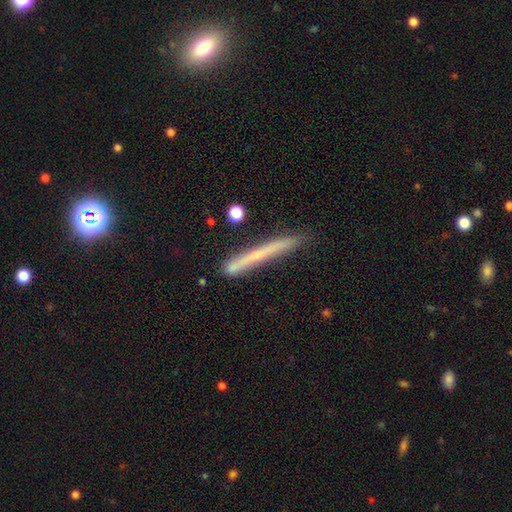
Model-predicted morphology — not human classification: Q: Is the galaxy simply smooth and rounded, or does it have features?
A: featured or disk — 48%.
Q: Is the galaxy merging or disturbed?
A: none — 77%.